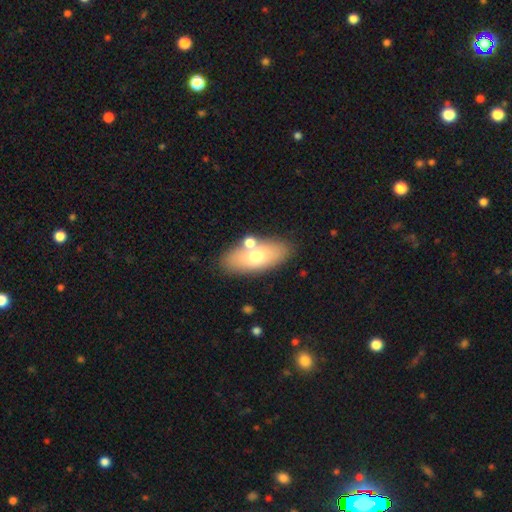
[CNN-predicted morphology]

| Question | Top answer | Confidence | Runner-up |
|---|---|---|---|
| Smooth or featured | smooth | 64% | featured or disk (28%) |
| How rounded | in between | 87% | cigar-shaped (8%) |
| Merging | none | 72% | merger (14%) |